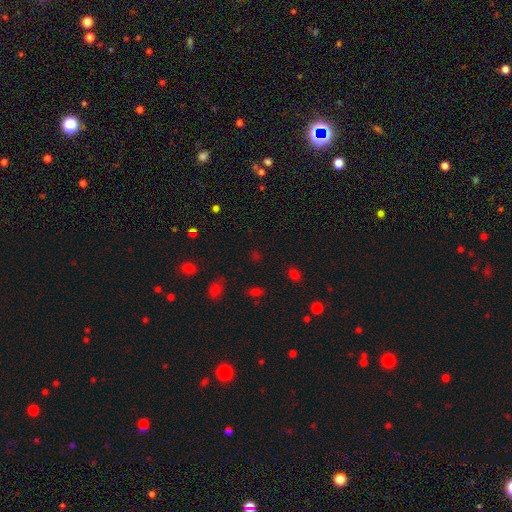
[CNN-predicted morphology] Smooth or featured? smooth (48%)
Merging? none (79%)